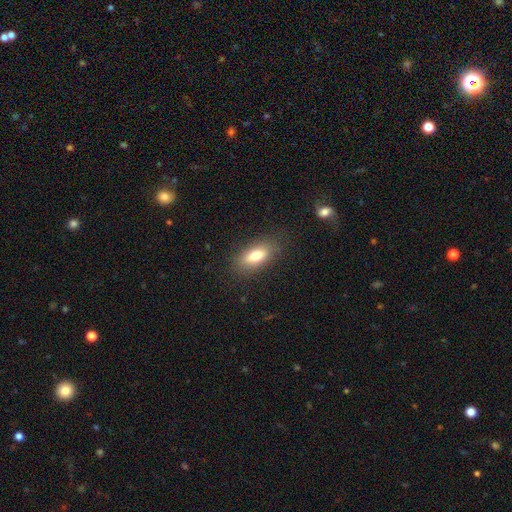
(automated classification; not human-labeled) Overall: smooth (75%). How rounded: in between (82%). Merging: none (83%).